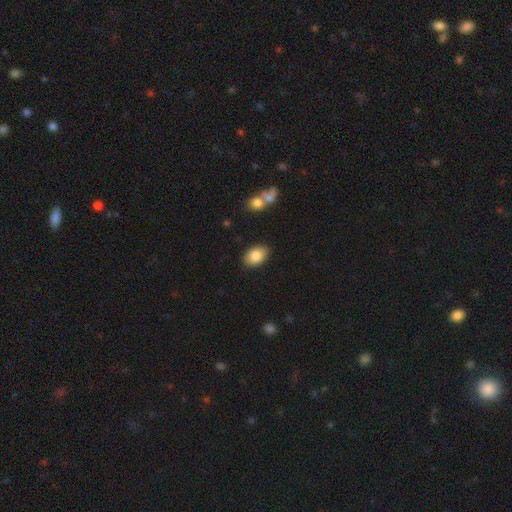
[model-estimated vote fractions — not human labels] A smooth galaxy with no disk features (84%) that is in between round and cigar-shaped (87%).

Vote fractions:
- Smooth or featured? smooth: 84% / featured or disk: 9% / star or artifact: 7%
- How rounded? in between: 87% / round: 12% / cigar-shaped: 1%
- Merging? none: 86% / minor disturbance: 9% / major disturbance: 2% / merger: 2%